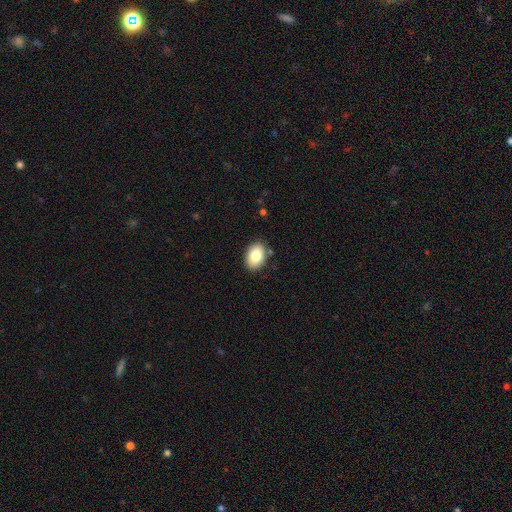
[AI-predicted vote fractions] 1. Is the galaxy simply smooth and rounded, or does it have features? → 84% smooth, 8% featured or disk, 7% star or artifact.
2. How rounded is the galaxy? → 83% in between, 15% round, 1% cigar-shaped.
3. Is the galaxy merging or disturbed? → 86% none, 10% minor disturbance, 2% major disturbance, 2% merger.